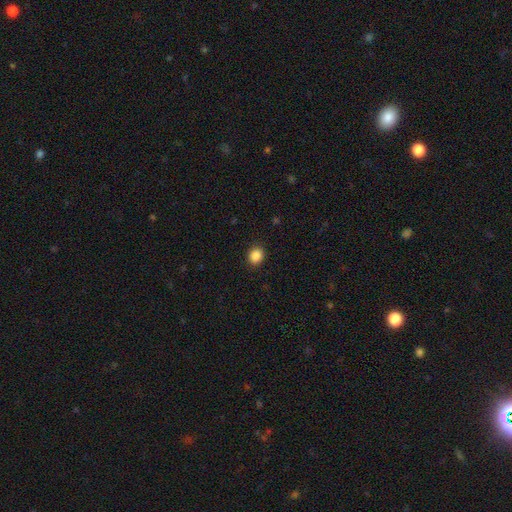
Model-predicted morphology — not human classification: A smooth galaxy with no disk features (87%) that is round (67%).

Vote fractions:
- Smooth or featured? smooth: 87% / star or artifact: 10% / featured or disk: 3%
- How rounded? round: 67% / in between: 32% / cigar-shaped: 1%
- Merging? none: 90% / minor disturbance: 7% / major disturbance: 2% / merger: 1%